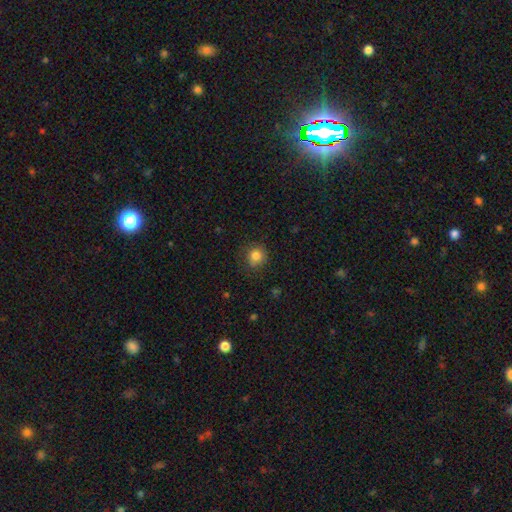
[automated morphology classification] Overall: smooth (83%). How rounded: round (86%). Merging: none (79%).